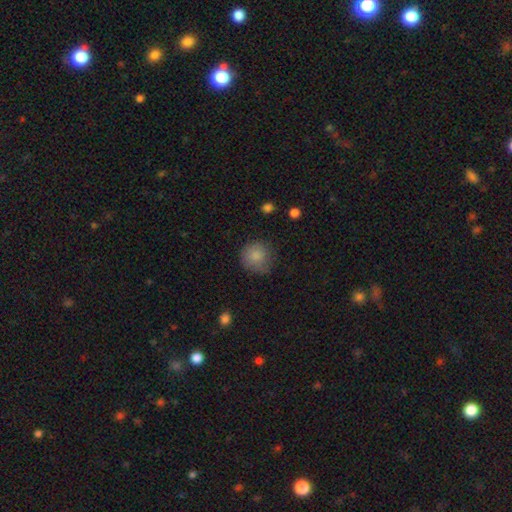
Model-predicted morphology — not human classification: This is clearly a smooth galaxy (84%). How rounded: clearly round (91%). Merging: likely none (68%).